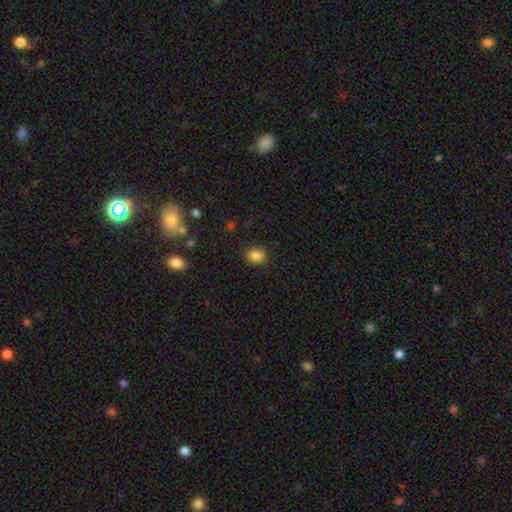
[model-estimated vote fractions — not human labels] smooth_or_featured: smooth (p=0.85) [alt: star or artifact p=0.11]
how_rounded: in between (p=0.54) [alt: round p=0.45]
merging: none (p=0.83) [alt: minor disturbance p=0.12]